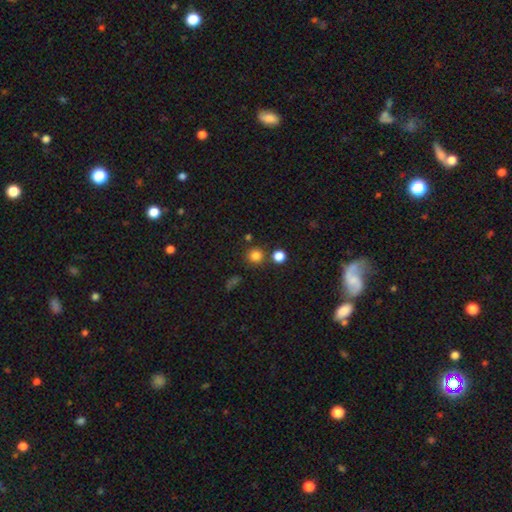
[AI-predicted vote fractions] The model was most divided on "smooth or featured": smooth: 81%, star or artifact: 14%, featured or disk: 5%. More confident: how rounded — round (92%); merging — none (81%).